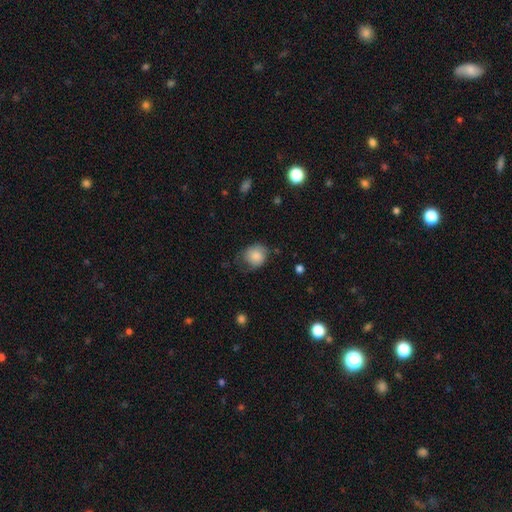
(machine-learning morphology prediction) Overall: smooth (83%). How rounded: round (75%). Merging: none (57%; minor disturbance 30%).